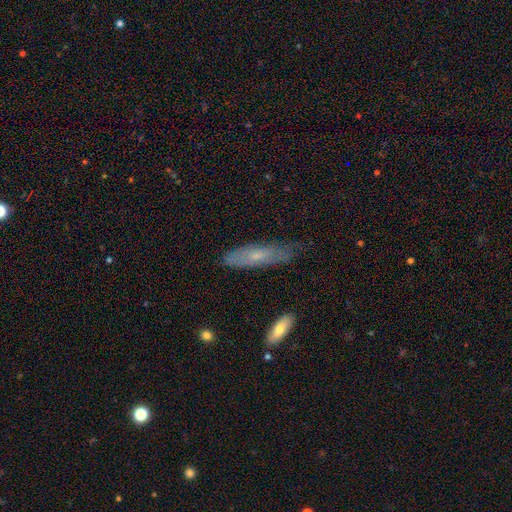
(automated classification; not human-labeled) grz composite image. It shows a smooth galaxy with no disk features (52%) that is cigar-shaped (69%). Merging: none (63%).